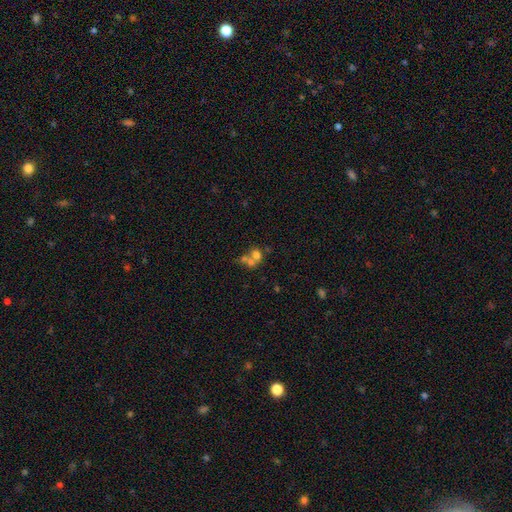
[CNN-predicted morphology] smooth 60%, featured or disk 24%, star or artifact 16%. Down the decision tree: how rounded — round (67%); merging — merger (61%).